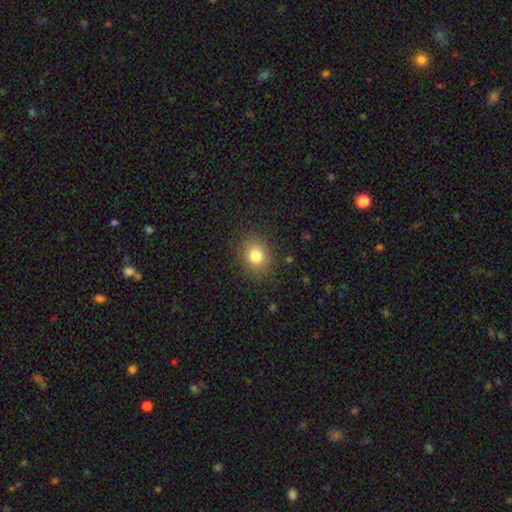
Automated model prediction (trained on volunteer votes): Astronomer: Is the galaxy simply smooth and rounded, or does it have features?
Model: smooth — 80%.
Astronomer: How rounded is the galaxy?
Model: round — 62% (runner-up: in between, 37%).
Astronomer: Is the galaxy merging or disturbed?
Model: none — 87%.